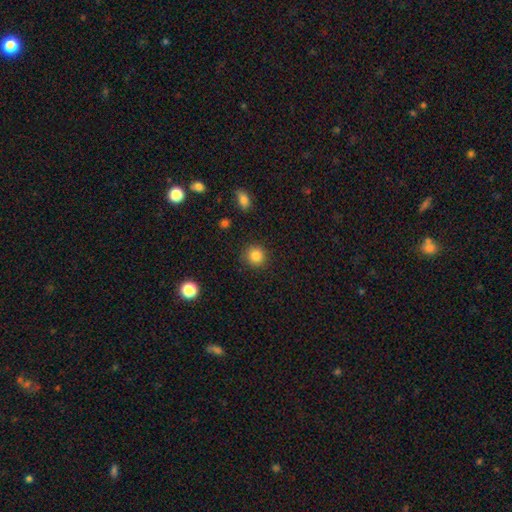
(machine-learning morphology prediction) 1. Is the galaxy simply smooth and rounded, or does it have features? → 85% smooth, 11% star or artifact, 5% featured or disk.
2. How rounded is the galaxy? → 91% round, 8% in between, 1% cigar-shaped.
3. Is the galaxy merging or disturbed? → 89% none, 7% minor disturbance, 2% major disturbance, 1% merger.